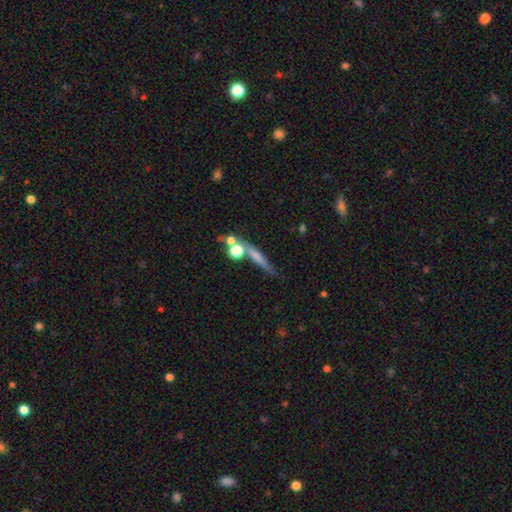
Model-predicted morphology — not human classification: smooth-or-featured: smooth: 48% | featured or disk: 37% | star or artifact: 15%
  merging: none: 61% | merger: 16% | minor disturbance: 15% | major disturbance: 8%